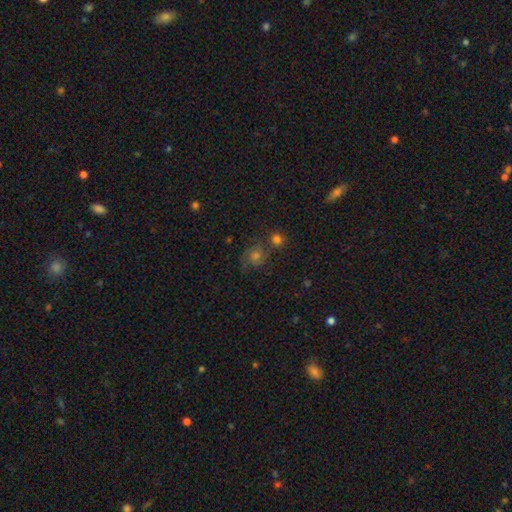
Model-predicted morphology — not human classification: Smooth or featured? Predicted: smooth (p=0.43). Merging? Predicted: none (p=0.67).